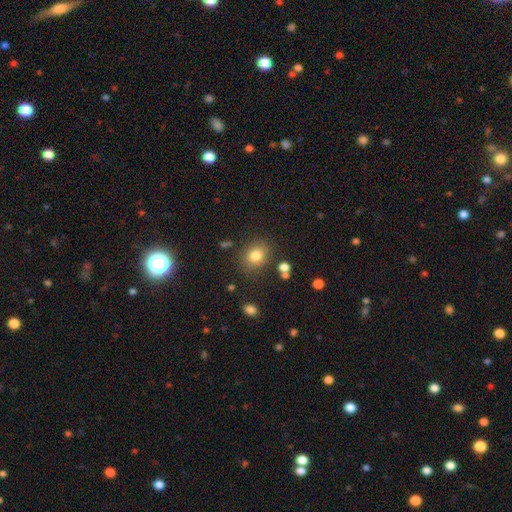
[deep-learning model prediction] This appears to be a smooth galaxy with no disk features (80%) that is round (57%). Merging: none (80%).